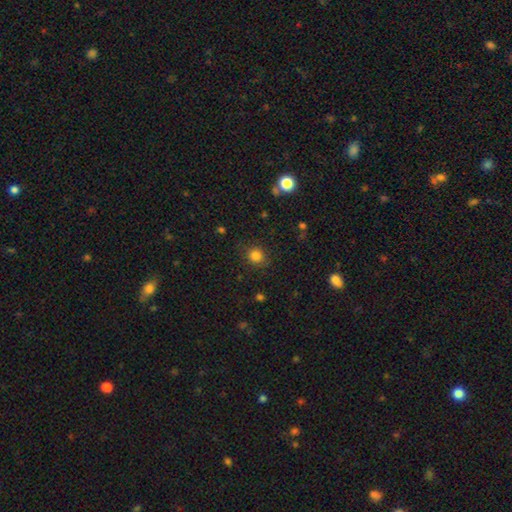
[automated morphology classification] Smooth or featured? smooth (82%)
How rounded? round (87%)
Merging? none (86%)